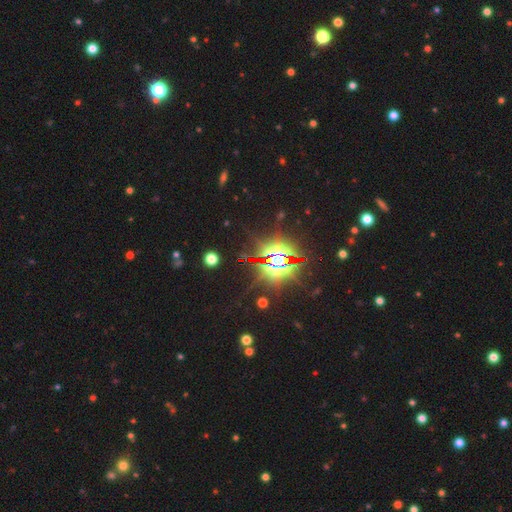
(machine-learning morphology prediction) type=star or artifact (86%).